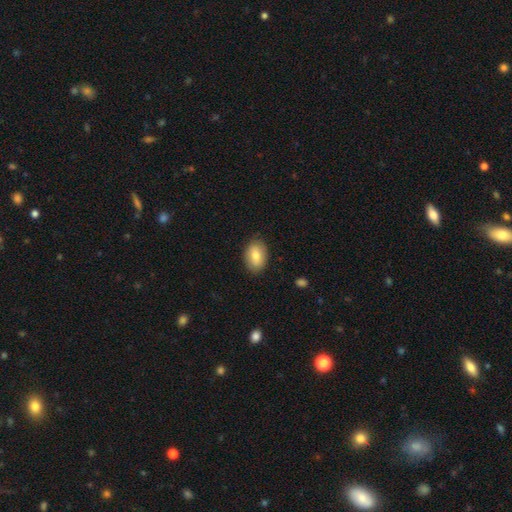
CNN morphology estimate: The model was most divided on "smooth or featured": smooth: 79%, featured or disk: 14%, star or artifact: 7%. More confident: how rounded — in between (86%); merging — none (86%).